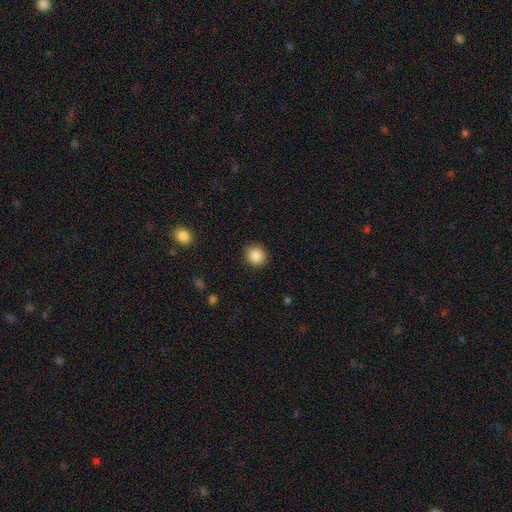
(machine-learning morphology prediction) This is clearly a smooth galaxy (88%). How rounded: clearly round (86%). Merging: clearly none (89%).